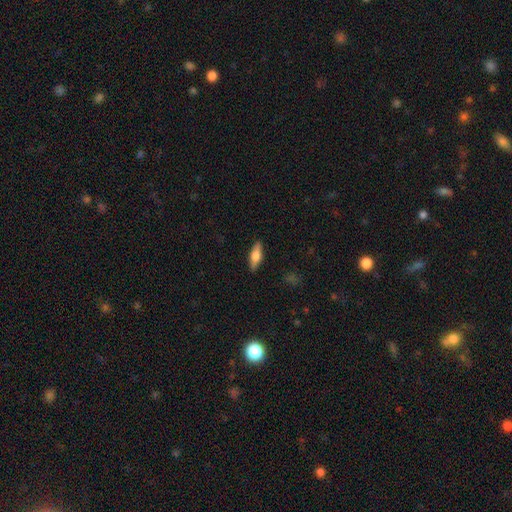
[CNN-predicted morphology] Smooth or featured?
  - smooth: 55% *
  - featured or disk: 39%
  - star or artifact: 6%
How rounded?
  - in between: 53% *
  - cigar-shaped: 44%
  - round: 3%
Merging?
  - none: 89% *
  - minor disturbance: 8%
  - major disturbance: 2%
  - merger: 1%